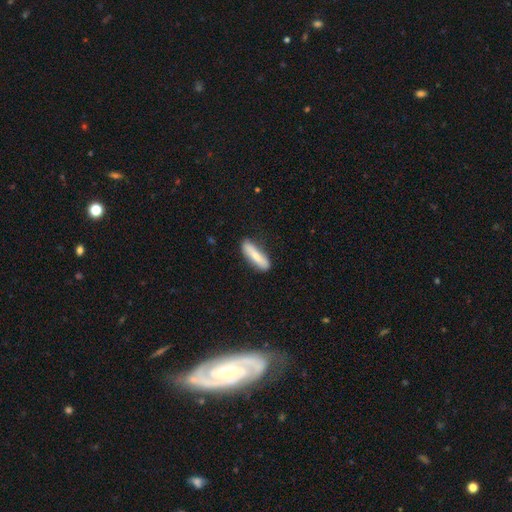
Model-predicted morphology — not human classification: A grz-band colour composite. It shows a smooth galaxy with no disk features (76%) that is cigar-shaped (72%). Merging: none (83%).